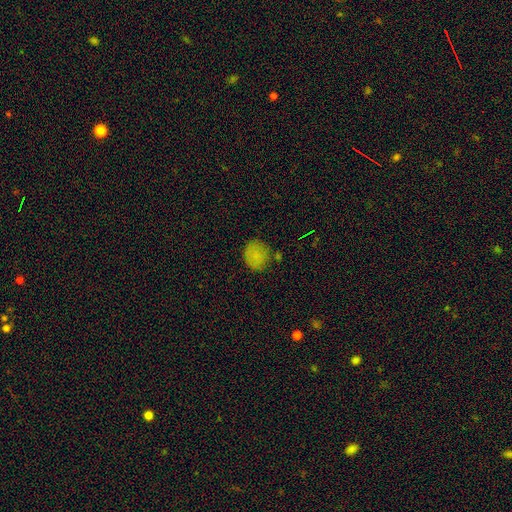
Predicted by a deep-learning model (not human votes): Smooth or featured? smooth (79%)
How rounded? round (73%)
Merging? none (74%)